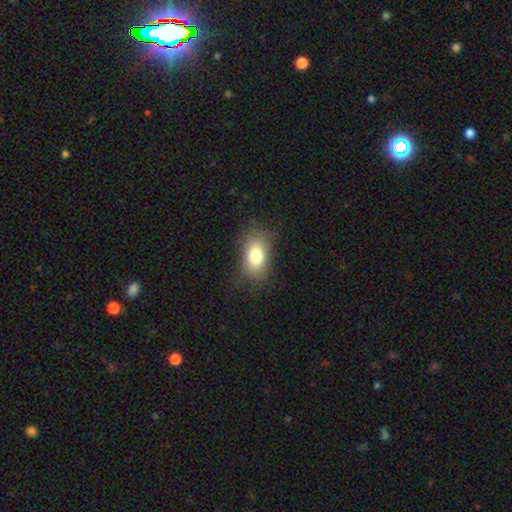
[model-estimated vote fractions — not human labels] This appears to be a smooth galaxy with no disk features (79%) that is in between round and cigar-shaped (85%). Merging: none (75%).